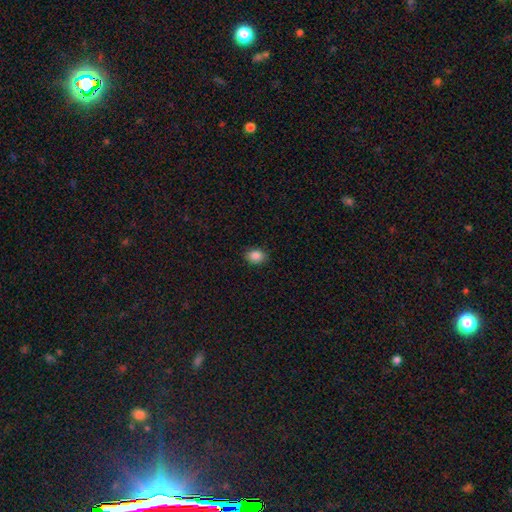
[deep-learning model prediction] smooth_or_featured: smooth (p=0.87) [alt: star or artifact p=0.09]
how_rounded: in between (p=0.63) [alt: round p=0.36]
merging: none (p=0.89) [alt: minor disturbance p=0.08]